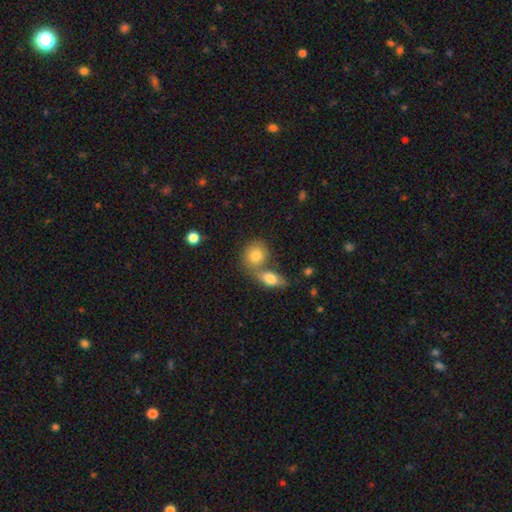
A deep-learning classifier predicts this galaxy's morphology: smooth-or-featured: smooth: 80% | featured or disk: 12% | star or artifact: 8%
  how-rounded: round: 67% | in between: 31% | cigar-shaped: 2%
  merging: merger: 49% | none: 39% | minor disturbance: 8% | major disturbance: 3%